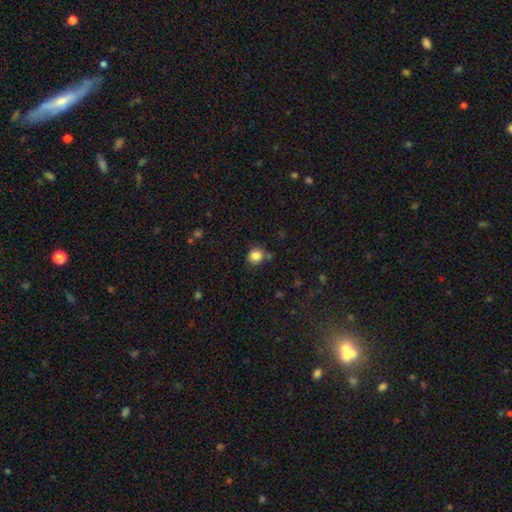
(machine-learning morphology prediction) Smooth or featured: smooth — 84% (star or artifact — 11%)
How rounded: round — 81% (in between — 18%)
Merging: none — 72% (minor disturbance — 15%)